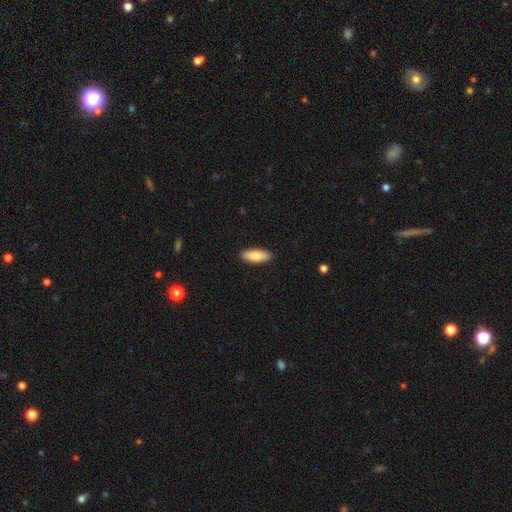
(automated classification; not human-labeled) Smooth or featured? Predicted: smooth (p=0.85). How rounded? Predicted: in between (p=0.74). Merging? Predicted: none (p=0.90).